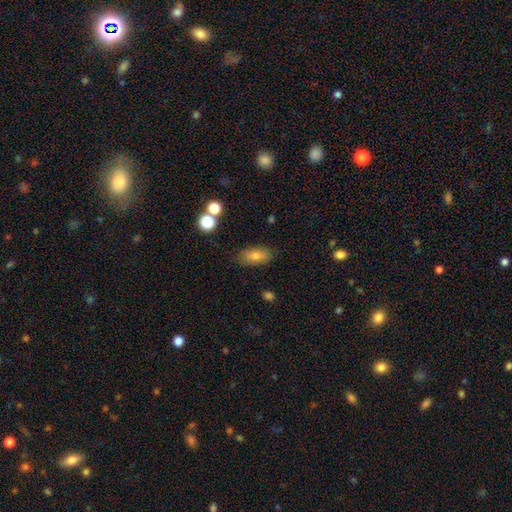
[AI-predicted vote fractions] Overall: smooth (74%). How rounded: in between (85%). Merging: none (82%).